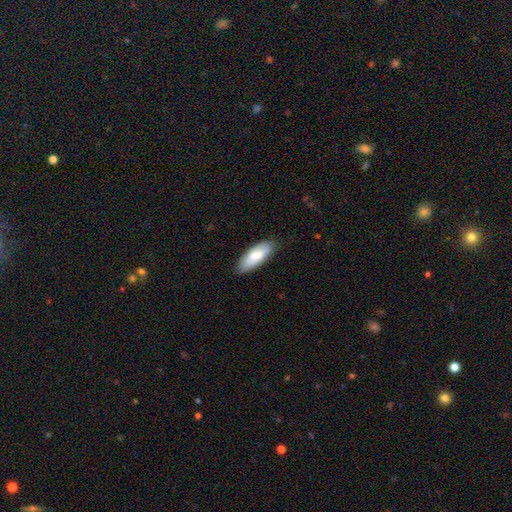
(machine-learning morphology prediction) Q: Smooth or featured?
A: smooth (79%); runner-up: featured or disk (16%)
Q: How rounded?
A: in between (70%); runner-up: cigar-shaped (28%)
Q: Merging?
A: none (84%); runner-up: minor disturbance (13%)